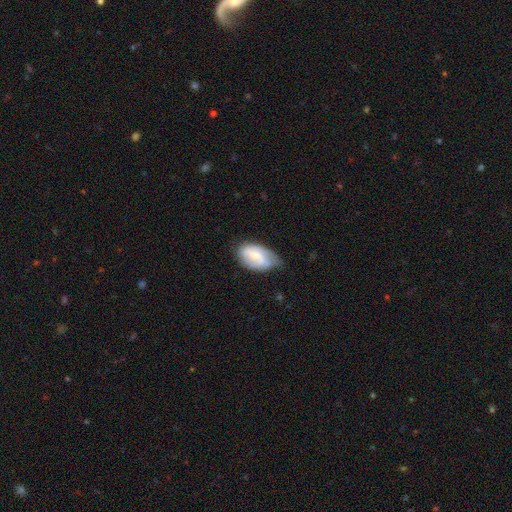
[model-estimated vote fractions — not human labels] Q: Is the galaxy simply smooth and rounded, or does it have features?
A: smooth — 49%.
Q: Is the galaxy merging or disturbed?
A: none — 43%.